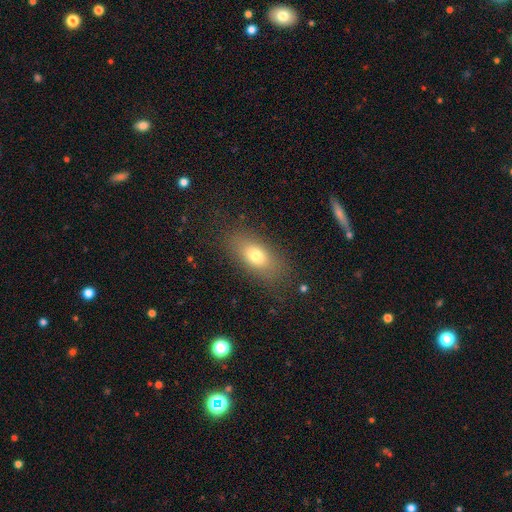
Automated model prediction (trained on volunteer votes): The model was most divided on "smooth or featured": smooth: 73%, featured or disk: 17%, star or artifact: 10%. More confident: how rounded — in between (81%); merging — none (80%).